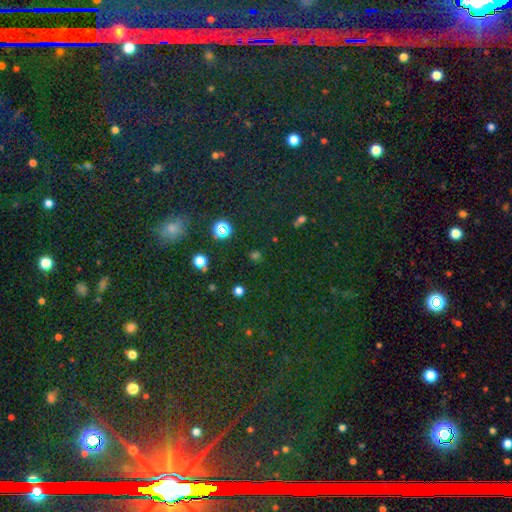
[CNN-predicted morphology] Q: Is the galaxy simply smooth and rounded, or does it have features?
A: star or artifact — 47%.